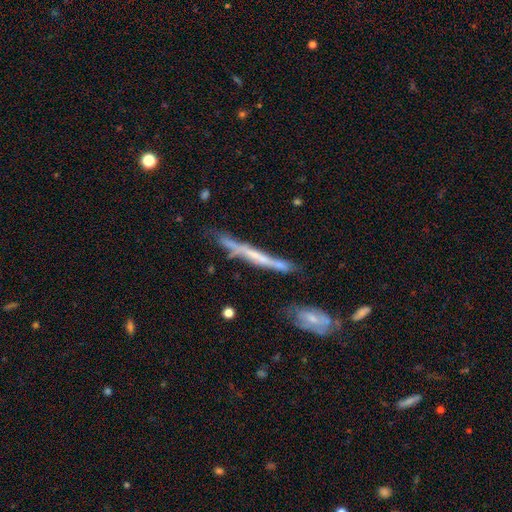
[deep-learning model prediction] Smooth or featured? featured or disk (62%)
Edge-on disk? yes (88%)
Edge-on bulge? none (72%)
Merging? none (62%)